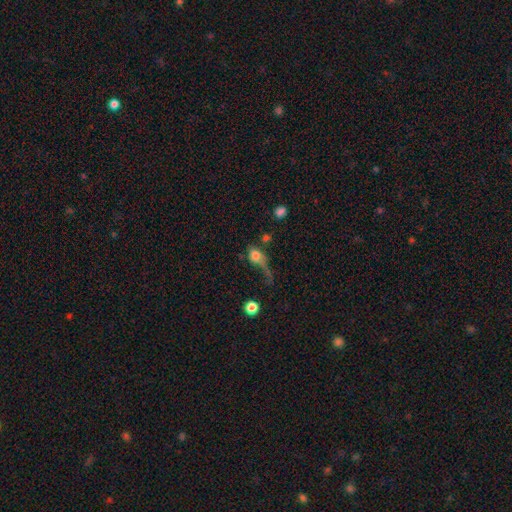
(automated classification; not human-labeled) Overall: smooth (65%). How rounded: in between (51%; round 43%). Merging: major disturbance (51%; none 20%).